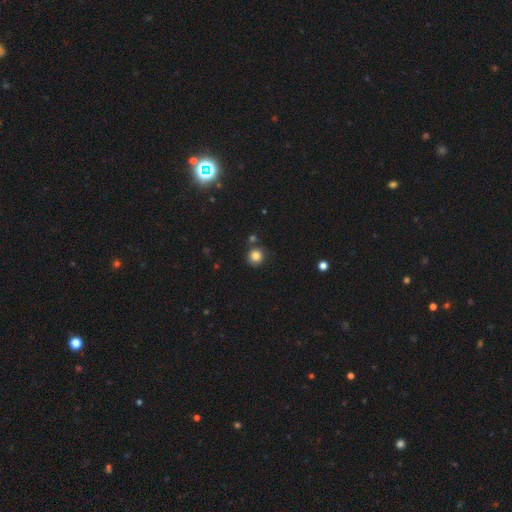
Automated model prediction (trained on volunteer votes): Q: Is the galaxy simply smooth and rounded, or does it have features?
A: smooth — 84%.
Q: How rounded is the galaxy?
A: round — 92%.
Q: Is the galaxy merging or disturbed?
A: none — 79%.